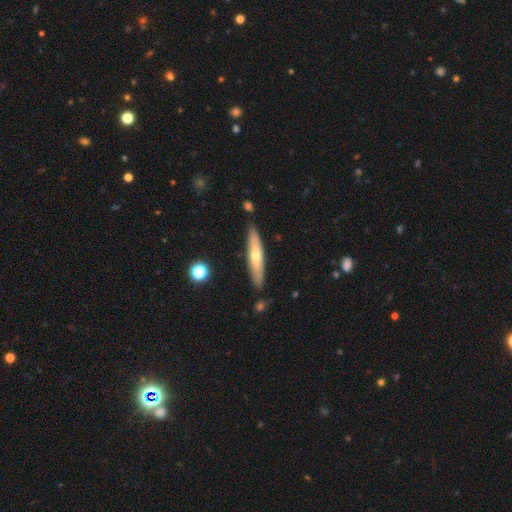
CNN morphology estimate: This is possibly a smooth galaxy (50%). Merging: clearly none (86%).